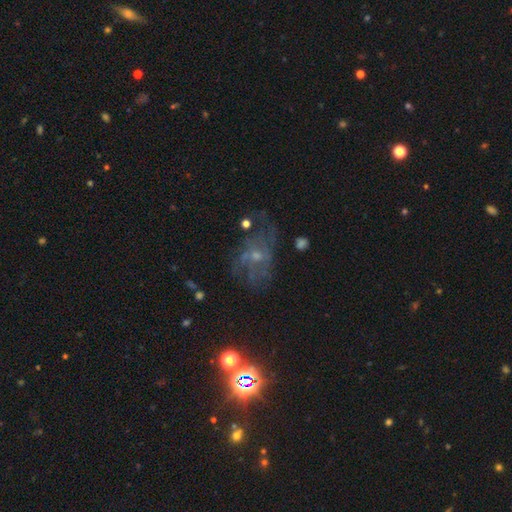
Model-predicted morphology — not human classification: A featured or disk galaxy (61%) with no bar (75%), spiral arms (59%) and a small central bulge (58%).

Vote fractions:
- Smooth or featured? featured or disk: 61% / smooth: 21% / star or artifact: 18%
- Edge-on disk? no: 96% / yes: 4%
- Bar? no: 75% / weak: 22% / strong: 3%
- Spiral arms? yes: 59% / no: 41%
- Bulge size? small: 58% / moderate: 31% / none: 7% / large: 2% / dominant: 1%
- Merging? none: 51% / major disturbance: 25% / minor disturbance: 20% / merger: 4%